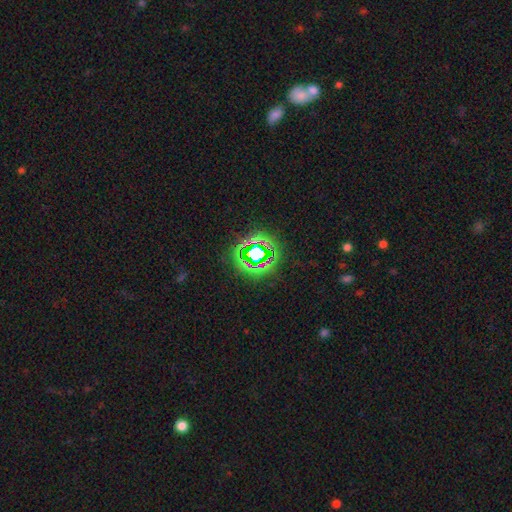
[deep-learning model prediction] This appears to be a star or artifact, not a galaxy (71%).